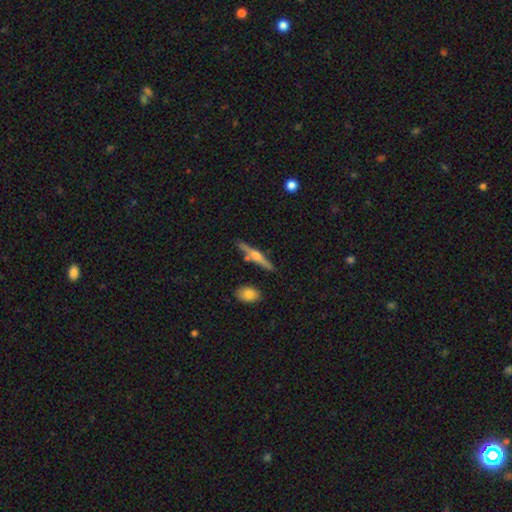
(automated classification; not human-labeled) Smooth or featured? Predicted: featured or disk (p=0.65). Edge-on disk? Predicted: yes (p=0.97). Edge-on bulge? Predicted: rounded (p=0.87). Merging? Predicted: none (p=0.82).